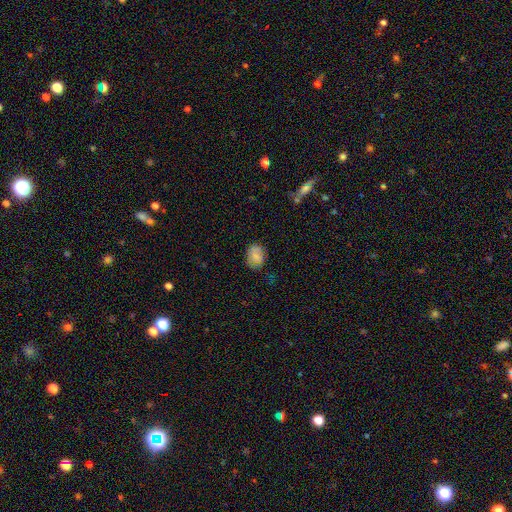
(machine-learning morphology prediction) Smooth or featured: smooth — 74% (featured or disk — 16%)
How rounded: in between — 63% (round — 35%)
Merging: none — 70% (minor disturbance — 22%)